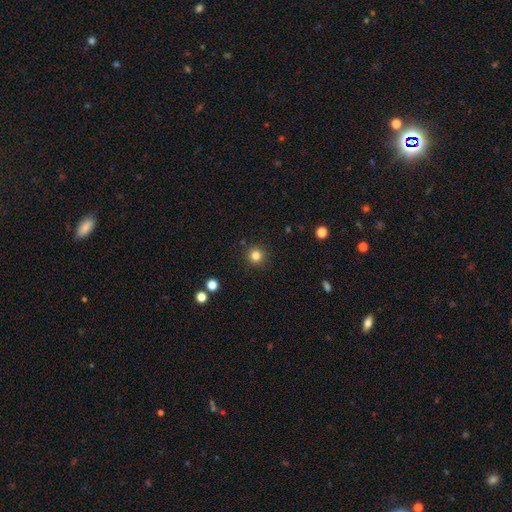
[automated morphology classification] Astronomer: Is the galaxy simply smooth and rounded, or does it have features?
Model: smooth — 82%.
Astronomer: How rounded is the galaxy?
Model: round — 95%.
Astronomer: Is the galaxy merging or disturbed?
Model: none — 91%.